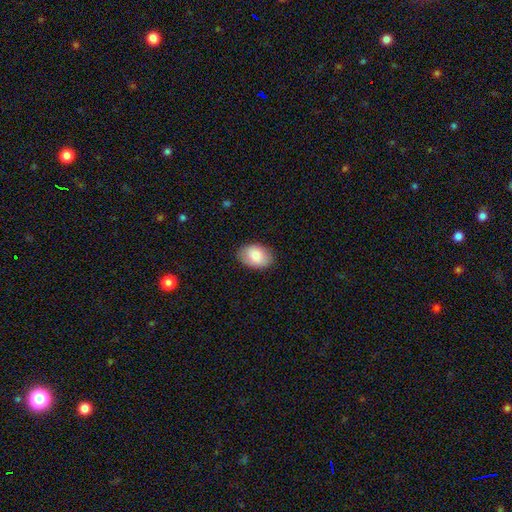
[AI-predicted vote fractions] smooth-or-featured: smooth: 83% | featured or disk: 11% | star or artifact: 6%
  how-rounded: in between: 84% | round: 15% | cigar-shaped: 1%
  merging: none: 85% | minor disturbance: 12% | major disturbance: 2% | merger: 1%